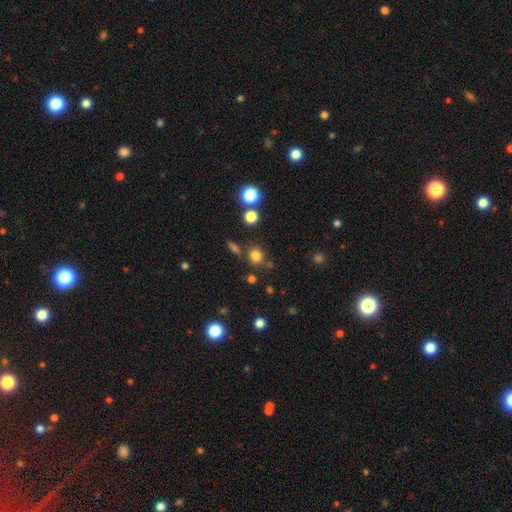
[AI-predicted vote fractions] Smooth or featured? Predicted: smooth (p=0.78). How rounded? Predicted: round (p=0.85). Merging? Predicted: none (p=0.77).